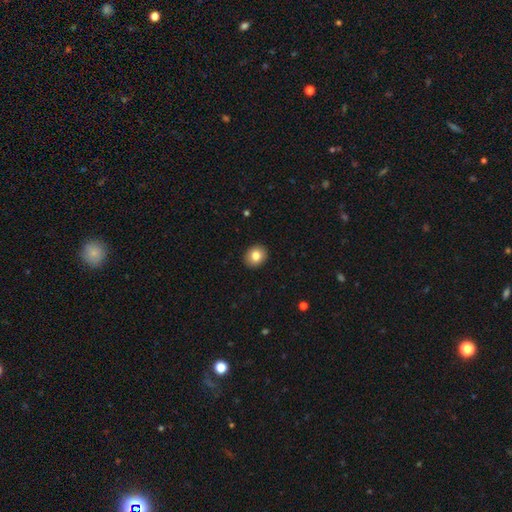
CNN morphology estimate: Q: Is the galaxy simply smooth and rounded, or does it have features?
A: smooth — 82%.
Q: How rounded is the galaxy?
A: round — 65%.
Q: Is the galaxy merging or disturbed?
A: none — 92%.